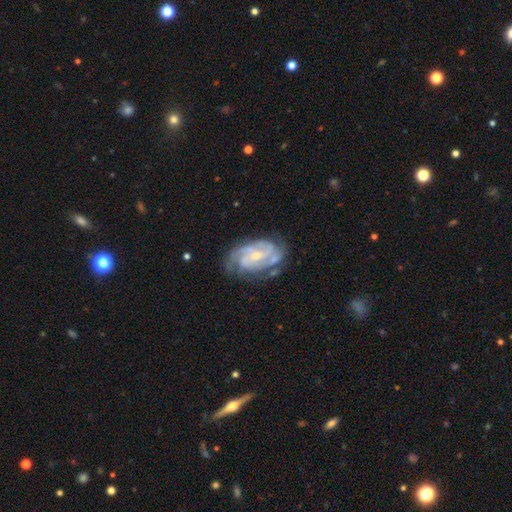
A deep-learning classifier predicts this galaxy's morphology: This is clearly a featured or disk galaxy (88%). It is clearly not viewed edge-on (97%). Bar: possibly no (46%). Spiral arm pattern: clearly yes (97%). Spiral arm count: marginally 2 (35%). Spiral winding: possibly tight (58%). Central bulge: likely small (64%). Merging: likely none (70%).